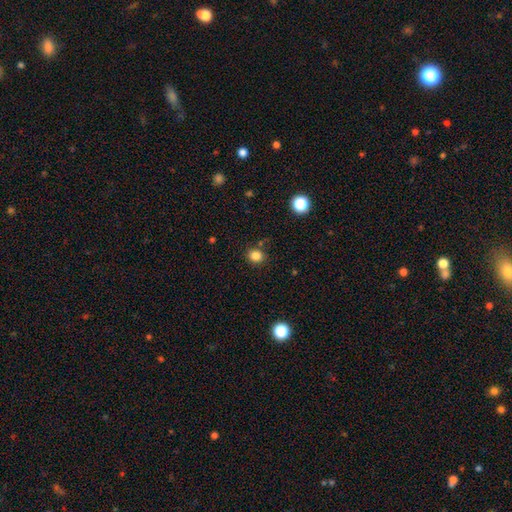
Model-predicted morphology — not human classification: A smooth galaxy with no disk features (83%) that is round (75%). Merging: none (82%).